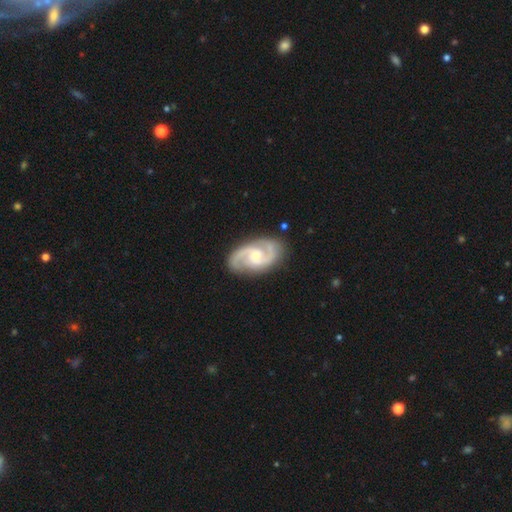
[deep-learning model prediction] The model was most divided on "bulge size": small: 53%, moderate: 42%, large: 2%, none: 2%, dominant: 1%. More confident: spiral arms — yes (98%); edge-on disk — no (97%); smooth or featured — featured or disk (90%); spiral arm count — 2 (90%); merging — none (84%); spiral winding — medium (56%); bar — no (56%).